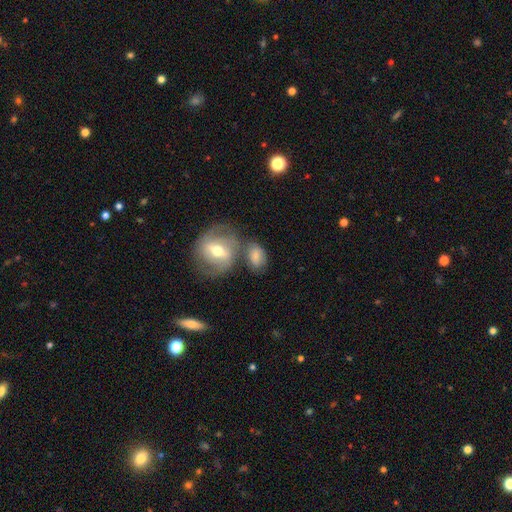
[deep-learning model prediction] The model was most divided on "merging": none: 46%, merger: 32%, minor disturbance: 16%, major disturbance: 7%. More confident: how rounded — in between (74%); smooth or featured — smooth (60%).